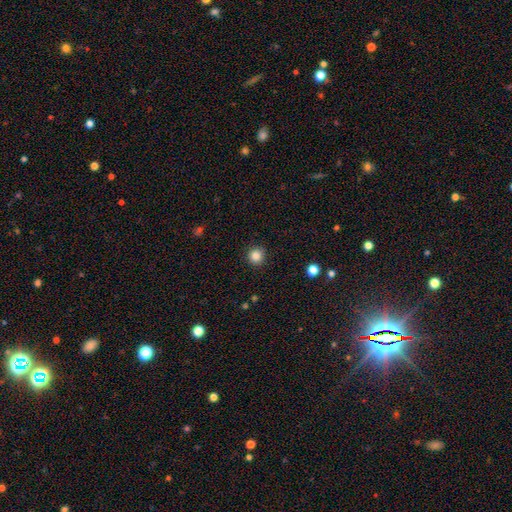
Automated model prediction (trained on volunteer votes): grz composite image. It shows a smooth galaxy with no disk features (85%) that is round (94%). Merging: none (91%).